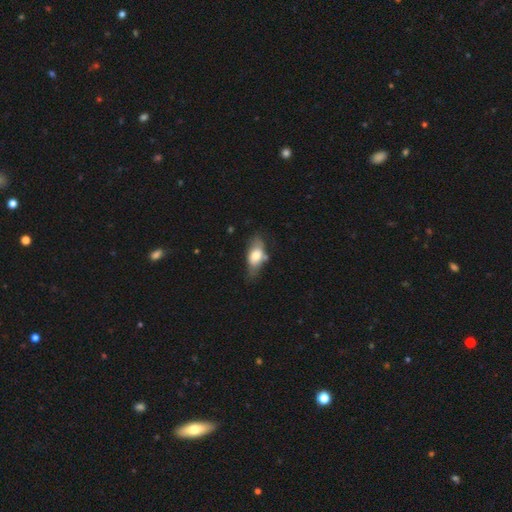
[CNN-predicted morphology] Q: Smooth or featured?
A: smooth (64%); runner-up: featured or disk (30%)
Q: How rounded?
A: in between (86%); runner-up: cigar-shaped (9%)
Q: Merging?
A: none (51%); runner-up: minor disturbance (31%)